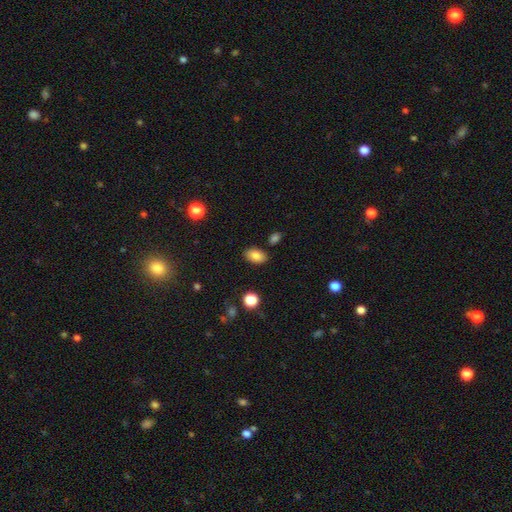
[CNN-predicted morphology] type=smooth (84%); roundness=in between (88%); merging=none (85%).